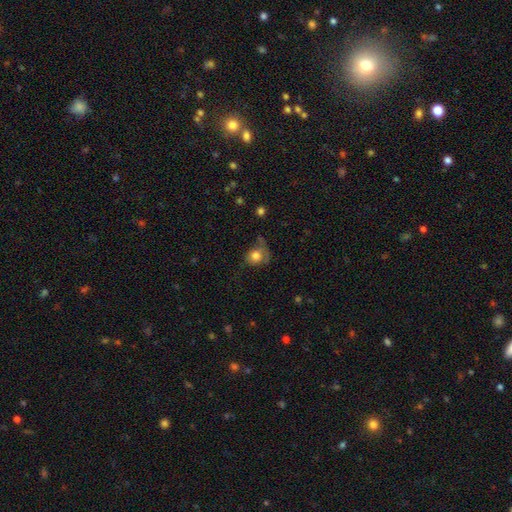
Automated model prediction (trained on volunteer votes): smooth_or_featured: smooth (p=0.74) [alt: featured or disk p=0.16]
how_rounded: round (p=0.71) [alt: in between p=0.27]
merging: none (p=0.40) [alt: minor disturbance p=0.28]